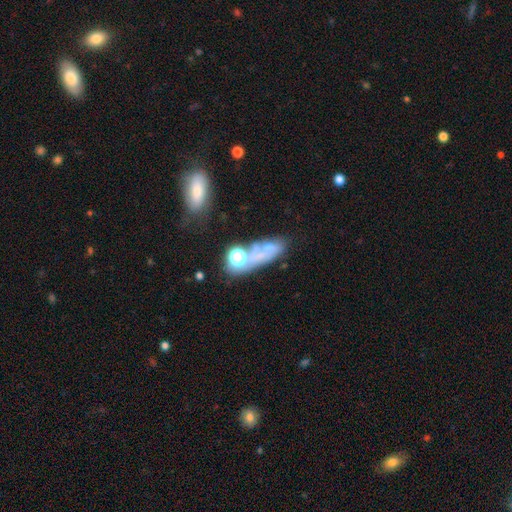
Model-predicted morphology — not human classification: smooth 47%, featured or disk 31%, star or artifact 22%. Down the decision tree: merging — none (41%).